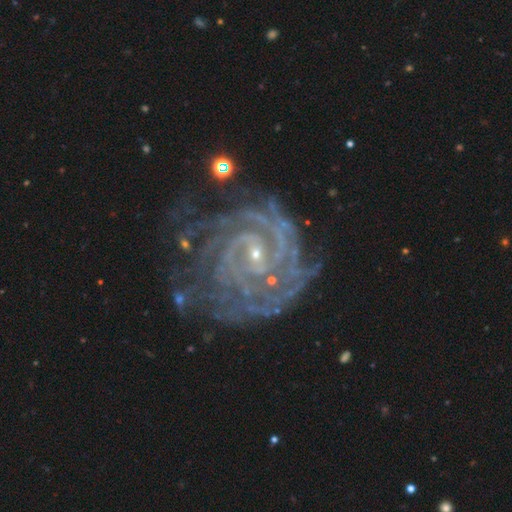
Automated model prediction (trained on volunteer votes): A featured or disk galaxy (90%) with no bar (42%), can't tell (20%, tied with 2) tight (80%) spiral arms (98%) and a small central bulge (83%).

Vote fractions:
- Smooth or featured? featured or disk: 90% / star or artifact: 7% / smooth: 4%
- Edge-on disk? no: 98% / yes: 2%
- Bar? no: 42% / weak: 39% / strong: 19%
- Spiral arms? yes: 98% / no: 2%
- Spiral winding? tight: 80% / medium: 17% / loose: 3%
- Spiral arm count? can't tell: 20% (tied) / 2: 20% (tied) / 4: 19% / 3: 17% / more than 4: 15% / 1: 8%
- Bulge size? small: 83% / moderate: 12% / none: 4% / large: 1% / dominant: 1%
- Merging? none: 63% / minor disturbance: 21% / major disturbance: 13% / merger: 3%